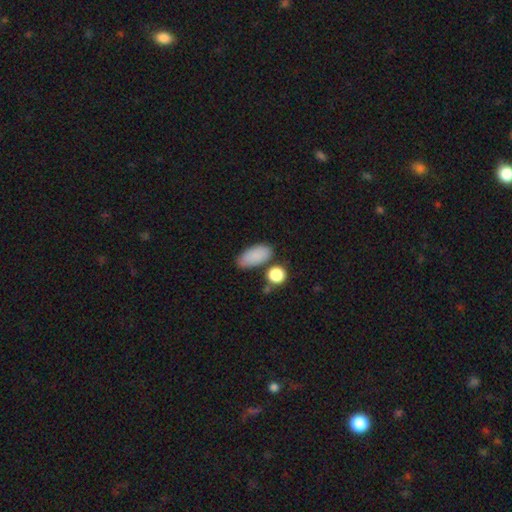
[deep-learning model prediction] Smooth or featured?
  - smooth: 86% *
  - star or artifact: 7%
  - featured or disk: 6%
How rounded?
  - in between: 88% *
  - cigar-shaped: 7%
  - round: 5%
Merging?
  - none: 70% *
  - minor disturbance: 16%
  - merger: 10%
  - major disturbance: 4%